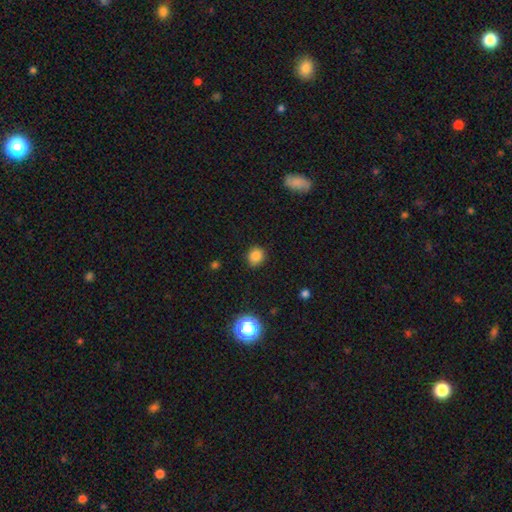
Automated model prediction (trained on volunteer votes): Smooth or featured: smooth — 82% (star or artifact — 14%)
How rounded: round — 74% (in between — 25%)
Merging: none — 86% (minor disturbance — 10%)